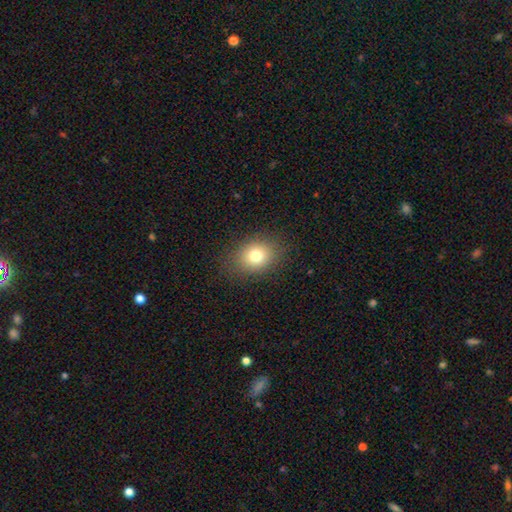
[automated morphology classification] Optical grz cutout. It shows a smooth galaxy with no disk features (77%) that is in between round and cigar-shaped (51%). Merging: none (85%).